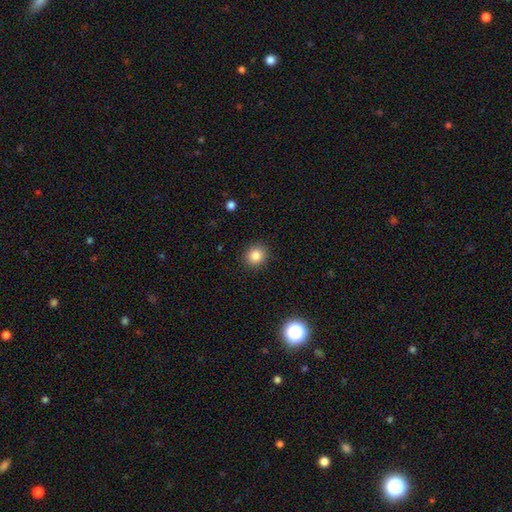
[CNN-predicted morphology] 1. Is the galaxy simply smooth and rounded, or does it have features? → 84% smooth, 11% star or artifact, 5% featured or disk.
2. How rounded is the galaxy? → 86% round, 13% in between, 1% cigar-shaped.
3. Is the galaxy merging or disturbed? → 91% none, 6% minor disturbance, 2% major disturbance, 1% merger.